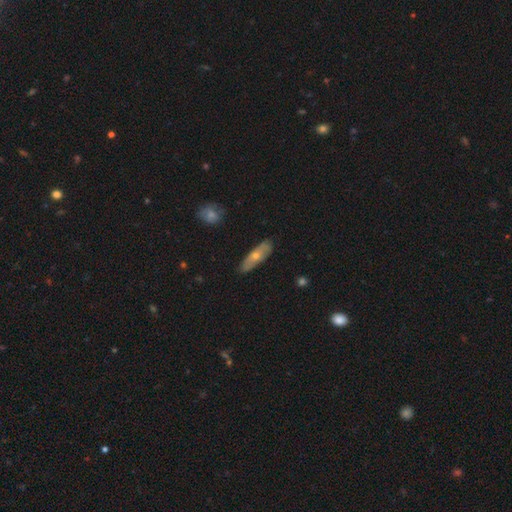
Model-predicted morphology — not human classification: Overall: smooth (55%; featured or disk 39%). How rounded: cigar-shaped (49%; in between 48%). Merging: none (81%).